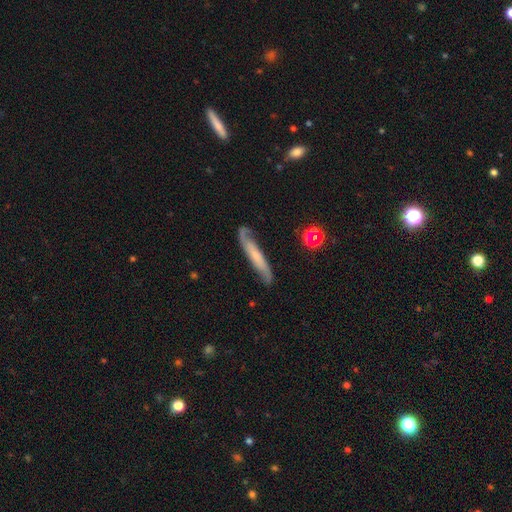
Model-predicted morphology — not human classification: Smooth or featured? Predicted: featured or disk (p=0.61). Edge-on disk? Predicted: no (p=0.51). Merging? Predicted: none (p=0.68).